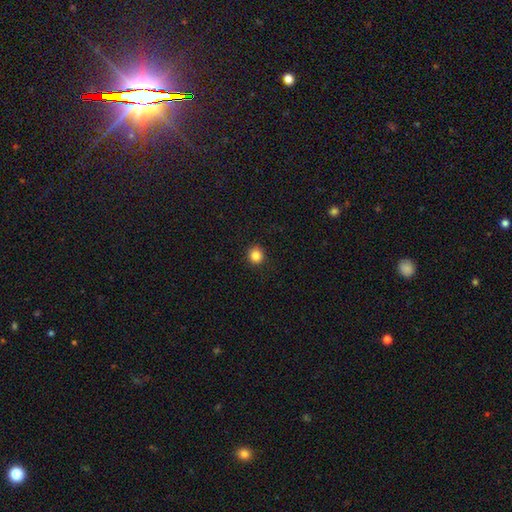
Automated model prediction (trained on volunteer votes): smooth 85%, star or artifact 11%, featured or disk 4%. Down the decision tree: how rounded — round (91%); merging — none (92%).